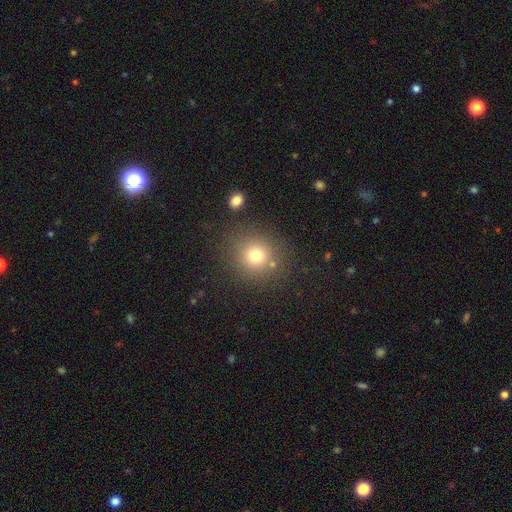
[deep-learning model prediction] smooth_or_featured: smooth (p=0.74) [alt: star or artifact p=0.16]
how_rounded: round (p=0.88) [alt: in between p=0.11]
merging: none (p=0.80) [alt: minor disturbance p=0.09]